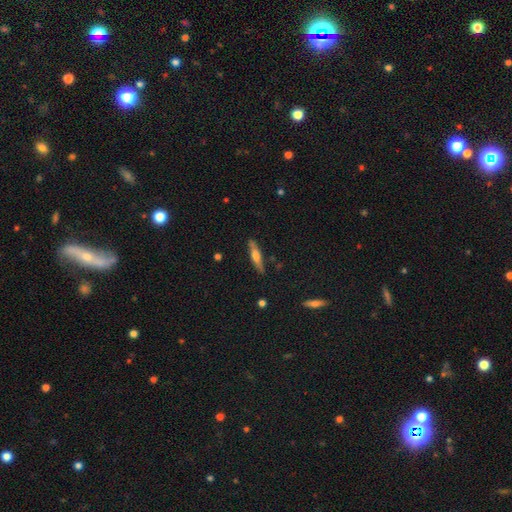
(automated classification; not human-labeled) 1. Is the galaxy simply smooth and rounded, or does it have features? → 49% featured or disk, 45% smooth, 6% star or artifact.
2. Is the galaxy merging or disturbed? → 84% none, 12% minor disturbance, 2% major disturbance, 2% merger.